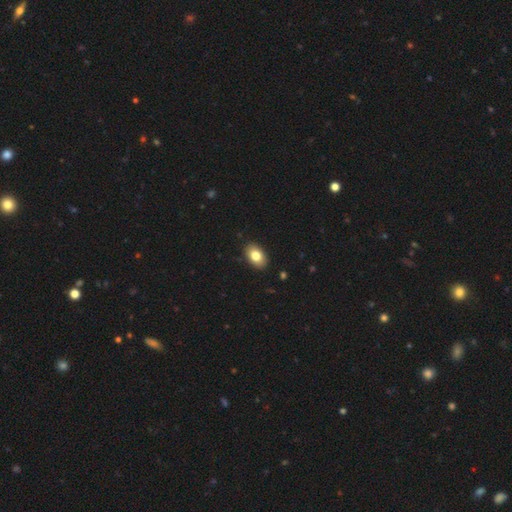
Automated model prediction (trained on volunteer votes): A smooth galaxy with no disk features (82%) that is in between round and cigar-shaped (88%).

Vote fractions:
- Smooth or featured? smooth: 82% / featured or disk: 11% / star or artifact: 8%
- How rounded? in between: 88% / round: 11% / cigar-shaped: 1%
- Merging? none: 90% / minor disturbance: 7% / major disturbance: 2% / merger: 1%